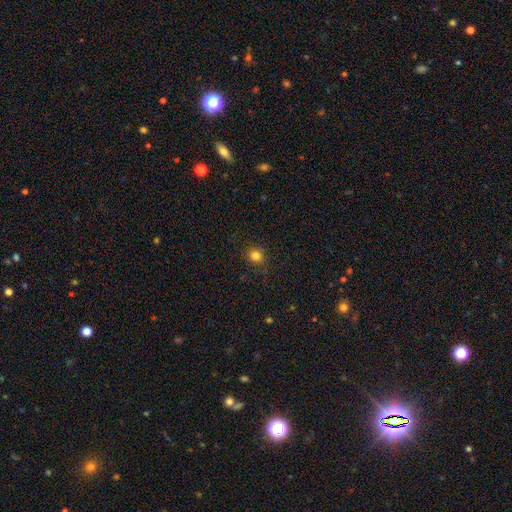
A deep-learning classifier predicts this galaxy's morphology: smooth-or-featured: smooth: 82% | star or artifact: 13% | featured or disk: 5%
  how-rounded: round: 88% | in between: 11% | cigar-shaped: 1%
  merging: none: 89% | minor disturbance: 7% | major disturbance: 2% | merger: 1%